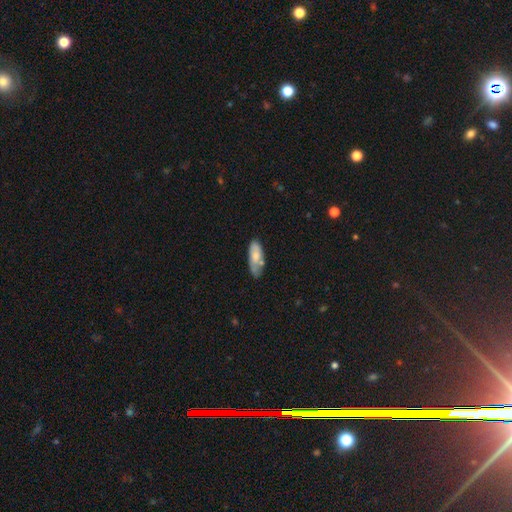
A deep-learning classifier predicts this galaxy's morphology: Q: Smooth or featured?
A: smooth (68%); runner-up: featured or disk (26%)
Q: How rounded?
A: in between (78%); runner-up: cigar-shaped (20%)
Q: Merging?
A: none (51%); runner-up: minor disturbance (31%)